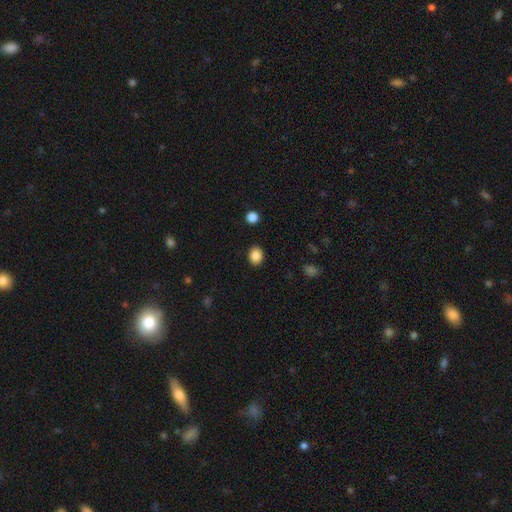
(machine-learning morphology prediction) smooth 87%, star or artifact 9%, featured or disk 4%. Down the decision tree: how rounded — round (50%); merging — none (88%).